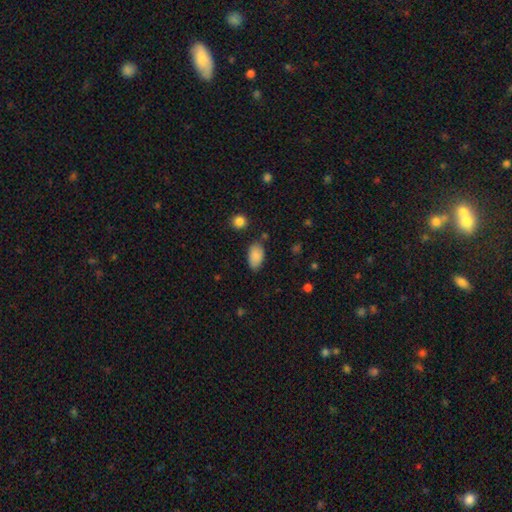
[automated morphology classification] The model was most divided on "merging": none: 76%, minor disturbance: 17%, major disturbance: 4%, merger: 3%. More confident: how rounded — in between (93%); smooth or featured — smooth (88%).